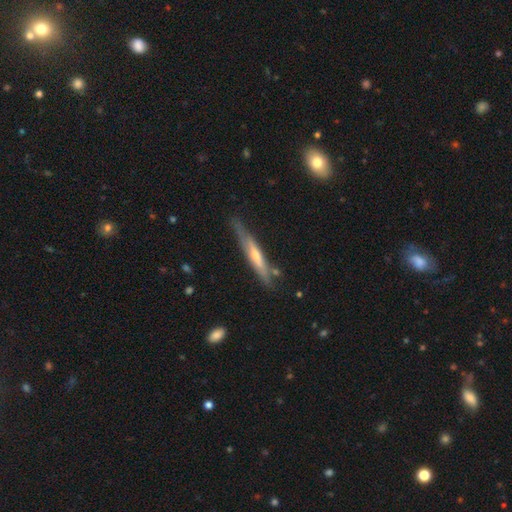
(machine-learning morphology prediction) This appears to be a featured or disk galaxy (70%) viewed edge-on (93%) with a rounded central bulge (76%). Merging: none (77%).